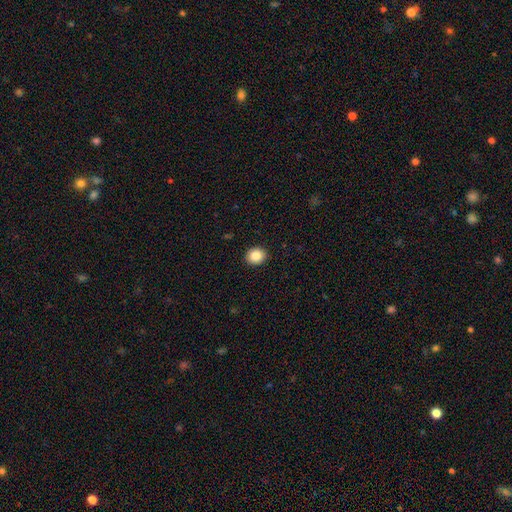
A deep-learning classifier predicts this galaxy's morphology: The model was most divided on "how rounded": round: 68%, in between: 32%, cigar-shaped: 1%. More confident: merging — none (92%); smooth or featured — smooth (86%).